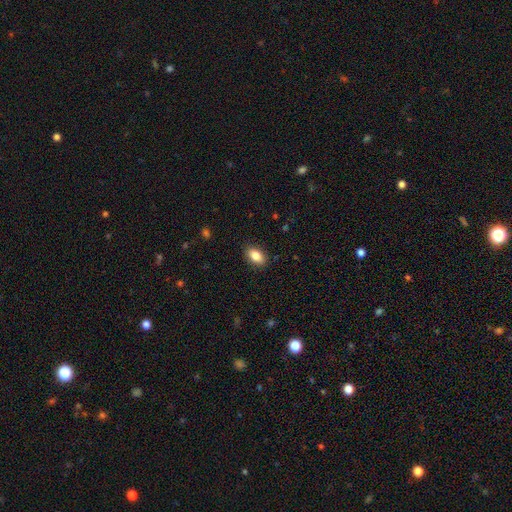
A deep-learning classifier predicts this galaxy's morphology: This appears to be a smooth galaxy with no disk features (85%) that is in between round and cigar-shaped (89%). Merging: none (89%).